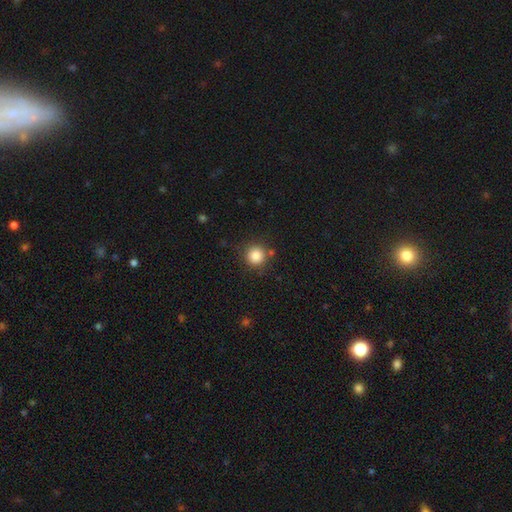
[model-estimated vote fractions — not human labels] Smooth or featured? Predicted: smooth (p=0.85). How rounded? Predicted: round (p=0.95). Merging? Predicted: none (p=0.84).